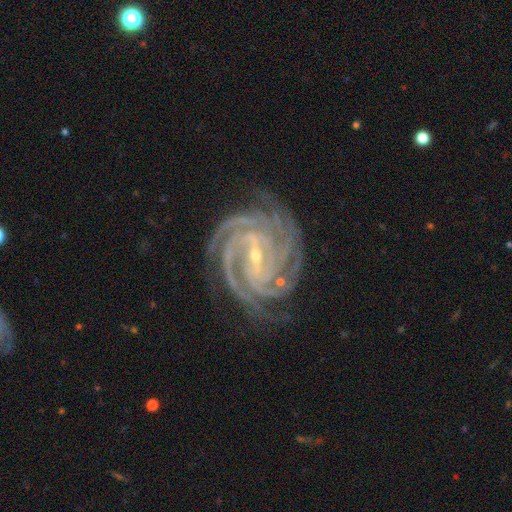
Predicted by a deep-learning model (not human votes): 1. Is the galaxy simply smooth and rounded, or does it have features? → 93% featured or disk, 4% star or artifact, 2% smooth.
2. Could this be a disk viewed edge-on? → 98% no, 2% yes.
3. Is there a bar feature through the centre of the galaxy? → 49% strong, 36% weak, 14% no.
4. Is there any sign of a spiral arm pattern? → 99% yes, 1% no.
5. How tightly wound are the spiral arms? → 81% tight, 17% medium, 2% loose.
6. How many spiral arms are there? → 46% 4, 17% 3, 15% more than 4, 9% can't tell, 8% 2, 6% 1.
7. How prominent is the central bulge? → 74% small, 23% moderate, 1% none, 1% large, 1% dominant.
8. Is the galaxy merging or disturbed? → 80% none, 14% minor disturbance, 4% major disturbance, 1% merger.